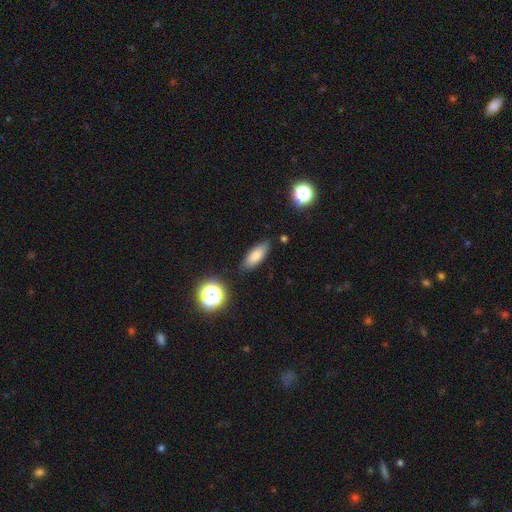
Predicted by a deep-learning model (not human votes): Smooth or featured? smooth (78%)
How rounded? in between (71%)
Merging? none (82%)